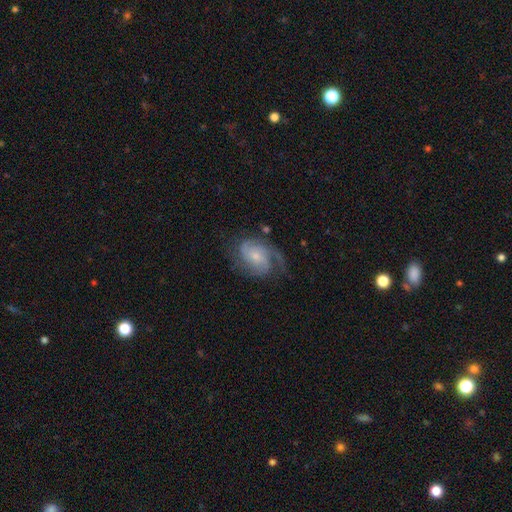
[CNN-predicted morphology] featured or disk 82%, smooth 12%, star or artifact 6%. Down the decision tree: edge-on disk — no (97%); bar — no (64%); spiral arms — yes (96%); spiral arm count — 2 (50%); spiral winding — medium (44%); bulge size — small (59%); merging — none (61%).